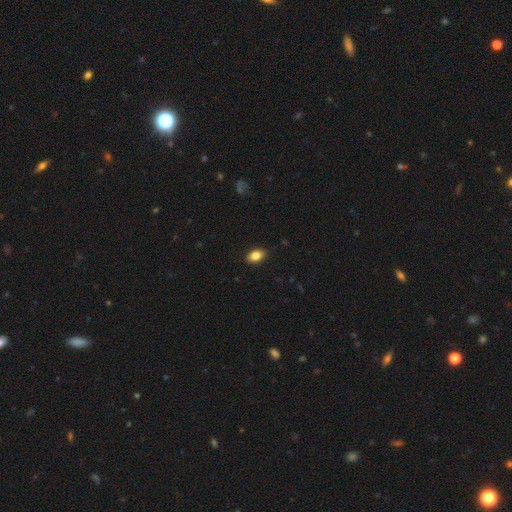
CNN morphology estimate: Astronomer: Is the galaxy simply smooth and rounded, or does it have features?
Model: smooth — 85%.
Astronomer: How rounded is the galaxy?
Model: in between — 86%.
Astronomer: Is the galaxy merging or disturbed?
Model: none — 89%.